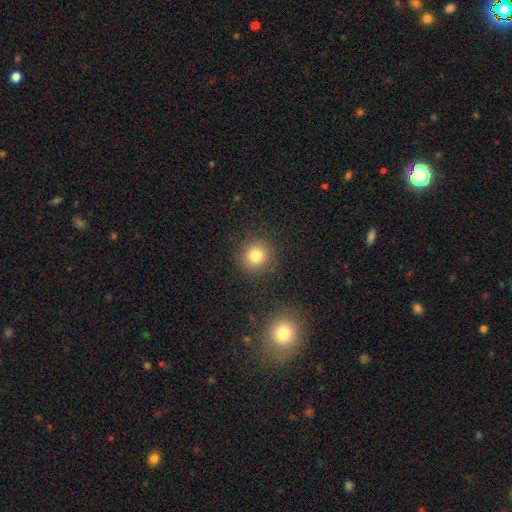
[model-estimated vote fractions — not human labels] Smooth or featured? smooth (80%)
How rounded? round (92%)
Merging? none (89%)